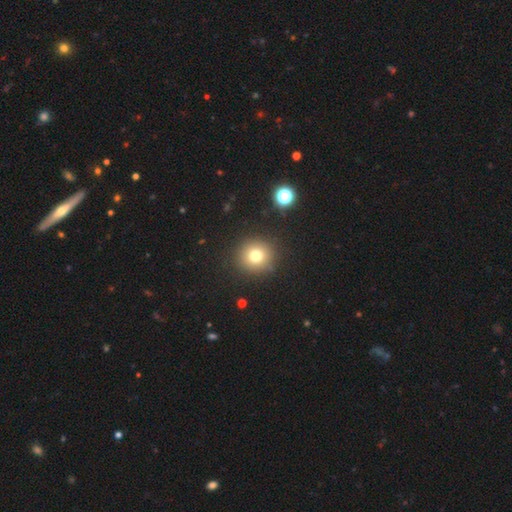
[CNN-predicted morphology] A smooth galaxy with no disk features (76%) that is round (93%). Merging: none (90%).